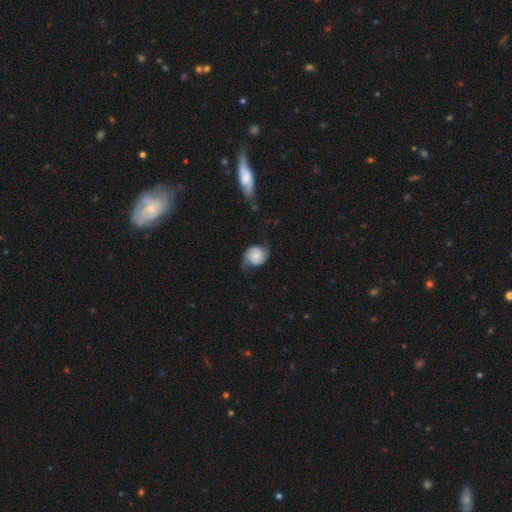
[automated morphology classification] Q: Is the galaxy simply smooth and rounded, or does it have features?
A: featured or disk — 57%.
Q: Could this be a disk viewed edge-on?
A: no — 97%.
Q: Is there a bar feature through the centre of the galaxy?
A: no — 70%.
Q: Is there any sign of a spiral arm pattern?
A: yes — 92%.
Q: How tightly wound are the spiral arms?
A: medium — 41%.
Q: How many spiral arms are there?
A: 2 — 87%.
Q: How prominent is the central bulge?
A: small — 30%, tied with none.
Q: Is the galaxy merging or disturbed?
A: none — 57%.